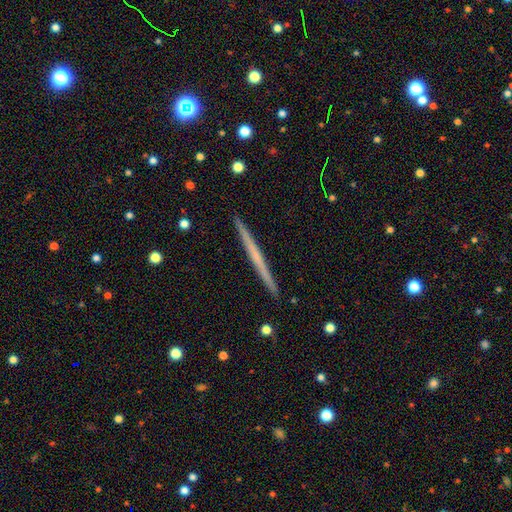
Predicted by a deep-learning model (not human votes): The model was most divided on "smooth or featured": featured or disk: 57%, smooth: 37%, star or artifact: 6%. More confident: edge-on disk — yes (98%); merging — none (93%); edge-on bulge — none (87%).